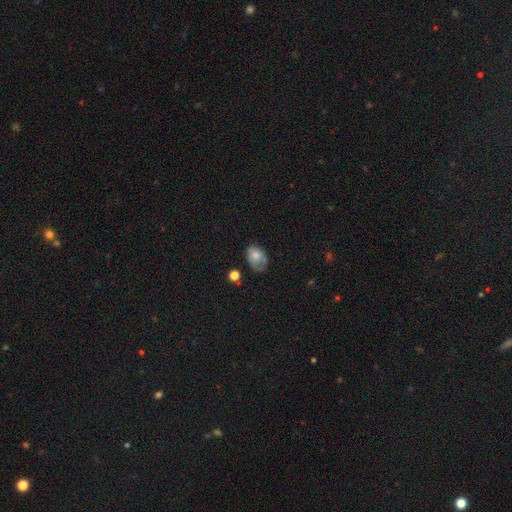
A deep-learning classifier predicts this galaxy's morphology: Q: Smooth or featured?
A: smooth (67%); runner-up: featured or disk (23%)
Q: How rounded?
A: in between (76%); runner-up: round (22%)
Q: Merging?
A: none (44%); runner-up: minor disturbance (35%)